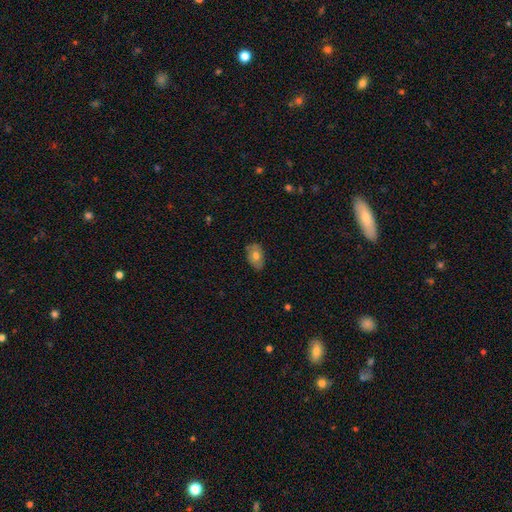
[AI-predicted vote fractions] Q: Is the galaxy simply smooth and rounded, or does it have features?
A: smooth — 68%.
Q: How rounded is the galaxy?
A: in between — 87%.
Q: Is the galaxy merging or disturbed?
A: none — 75%.